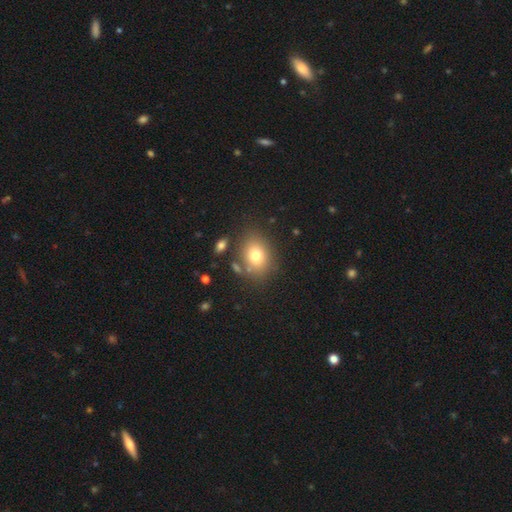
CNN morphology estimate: Smooth or featured? Predicted: smooth (p=0.77). How rounded? Predicted: in between (p=0.59). Merging? Predicted: none (p=0.76).